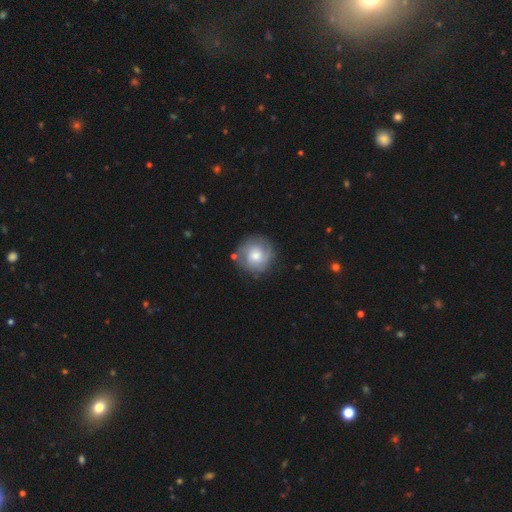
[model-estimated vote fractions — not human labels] Smooth or featured: smooth — 53% (featured or disk — 40%)
How rounded: round — 92% (in between — 7%)
Merging: none — 75% (minor disturbance — 16%)